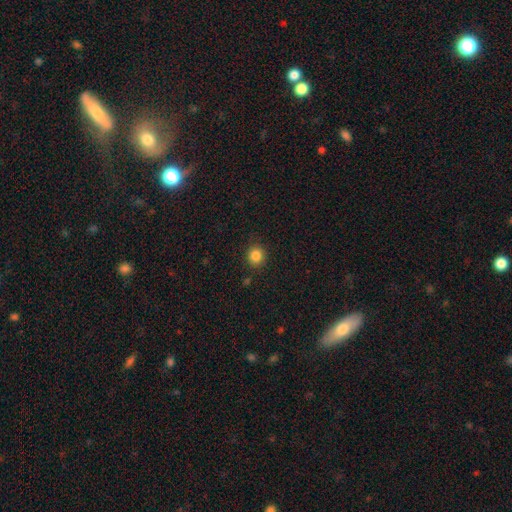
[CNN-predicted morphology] This is clearly a smooth galaxy (85%). How rounded: clearly round (89%). Merging: clearly none (89%).